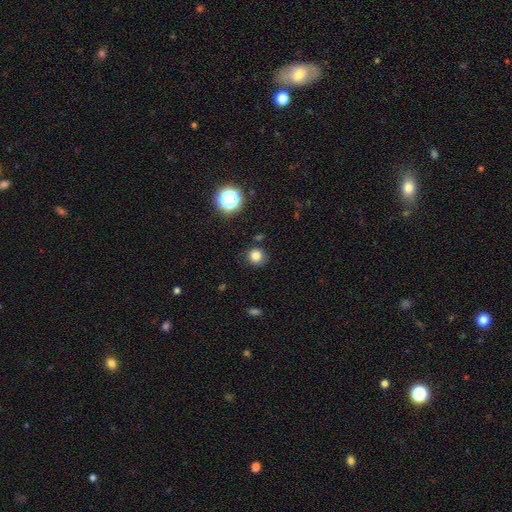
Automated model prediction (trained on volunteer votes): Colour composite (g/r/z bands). It shows a smooth galaxy with no disk features (81%) that is round (89%). Merging: none (85%).